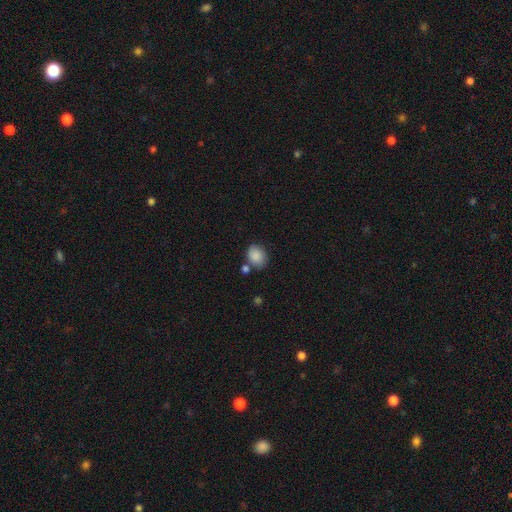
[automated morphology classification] smooth 87%, star or artifact 8%, featured or disk 5%. Down the decision tree: how rounded — in between (60%); merging — none (66%).